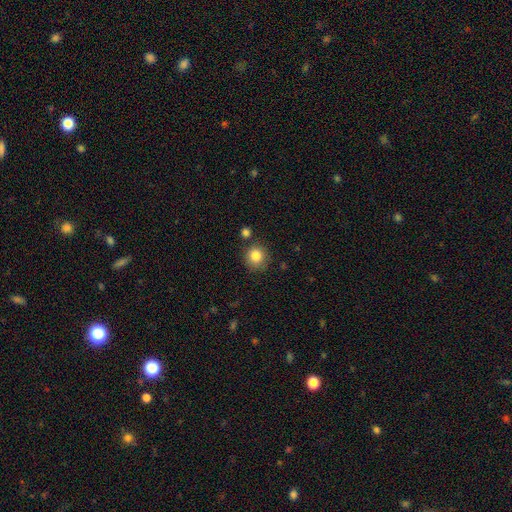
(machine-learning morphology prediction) Smooth or featured: smooth — 84% (star or artifact — 10%)
How rounded: round — 89% (in between — 10%)
Merging: none — 81% (minor disturbance — 10%)